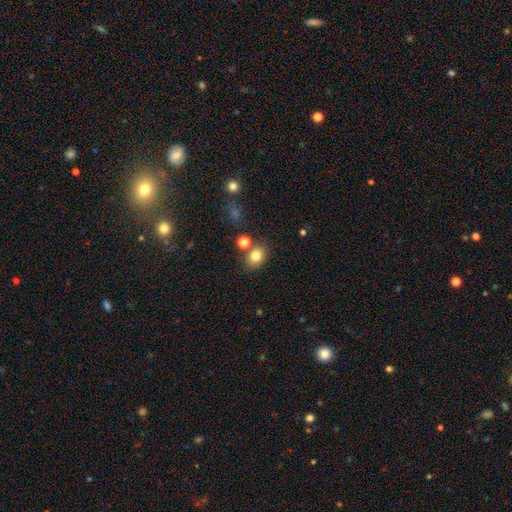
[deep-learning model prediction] A smooth galaxy with no disk features (80%) that is round (50%). Merging: none (73%).